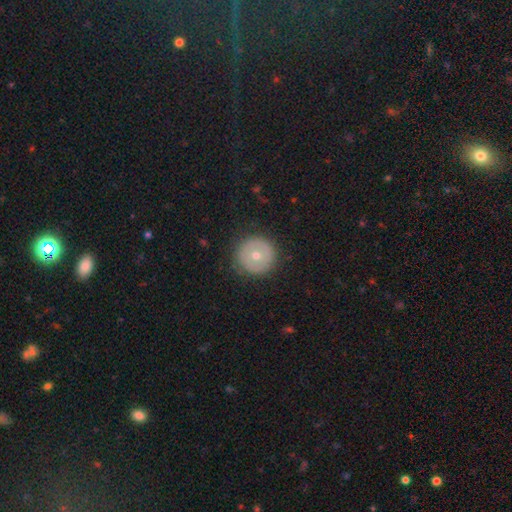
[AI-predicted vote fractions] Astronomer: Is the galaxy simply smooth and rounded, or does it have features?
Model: smooth — 57% (runner-up: featured or disk, 36%).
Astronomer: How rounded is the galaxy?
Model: round — 96%.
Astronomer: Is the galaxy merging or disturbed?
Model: none — 89%.